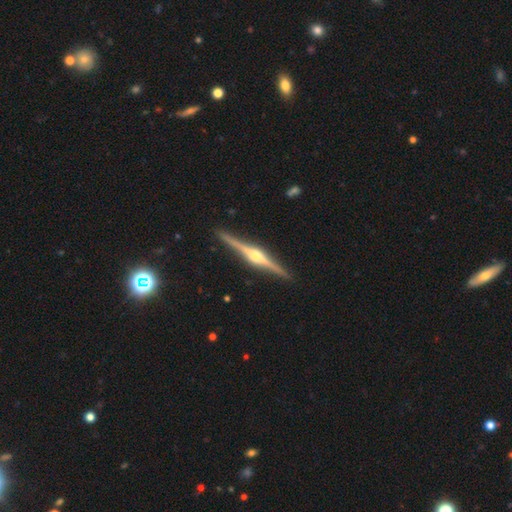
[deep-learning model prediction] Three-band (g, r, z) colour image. It shows a featured or disk galaxy (88%) viewed edge-on (99%) with a rounded central bulge (92%). Merging: none (92%).